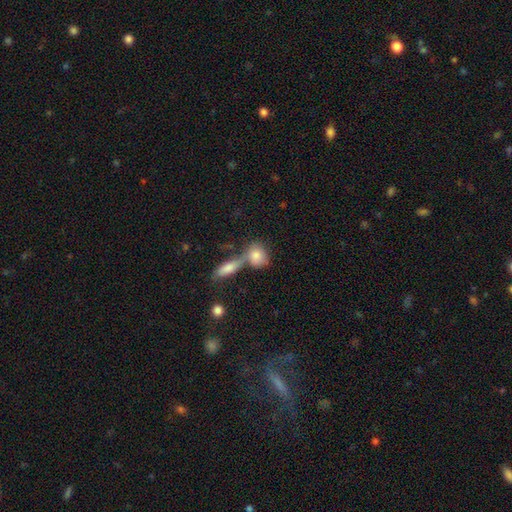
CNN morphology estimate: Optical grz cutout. It shows a smooth galaxy with no disk features (80%) that is in between round and cigar-shaped (47%). Merging: none (43%).